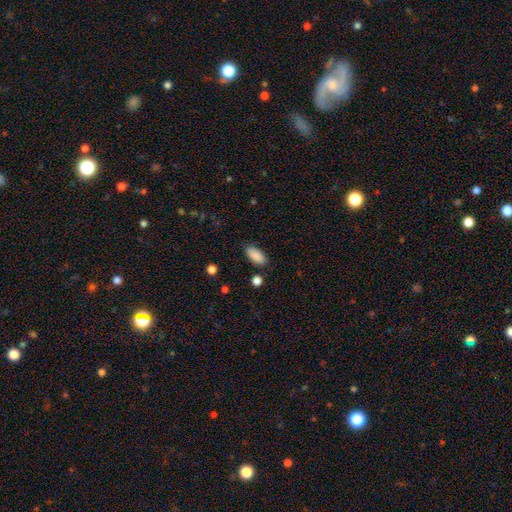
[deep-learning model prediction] Morphology: type=smooth (89%); roundness=in between (91%); merging=none (83%).